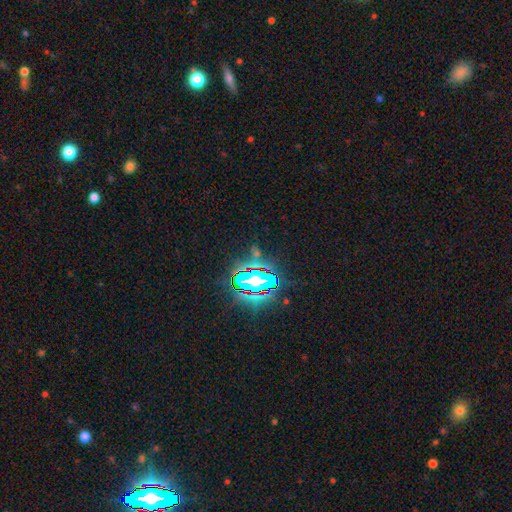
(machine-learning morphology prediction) Smooth or featured: star or artifact — 76% (smooth — 13%)